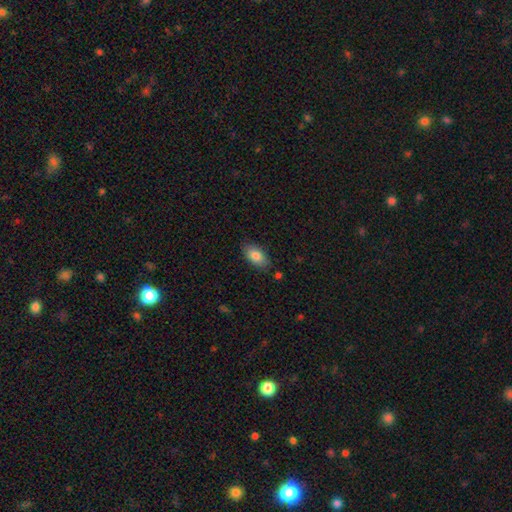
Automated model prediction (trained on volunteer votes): Smooth or featured? Predicted: smooth (p=0.84). How rounded? Predicted: in between (p=0.92). Merging? Predicted: none (p=0.82).